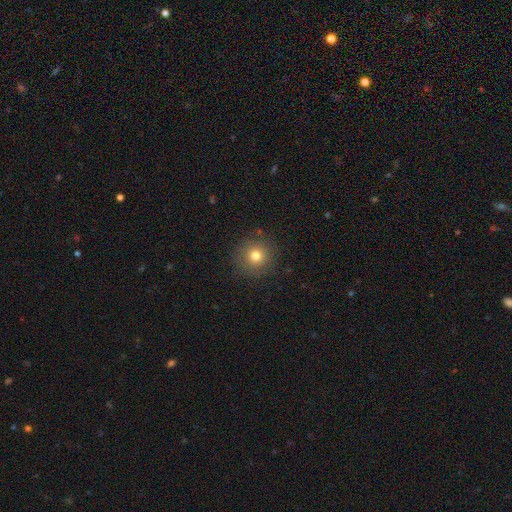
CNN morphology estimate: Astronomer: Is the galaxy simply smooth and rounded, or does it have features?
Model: smooth — 76%.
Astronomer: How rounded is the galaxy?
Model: round — 95%.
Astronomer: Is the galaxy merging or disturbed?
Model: none — 89%.